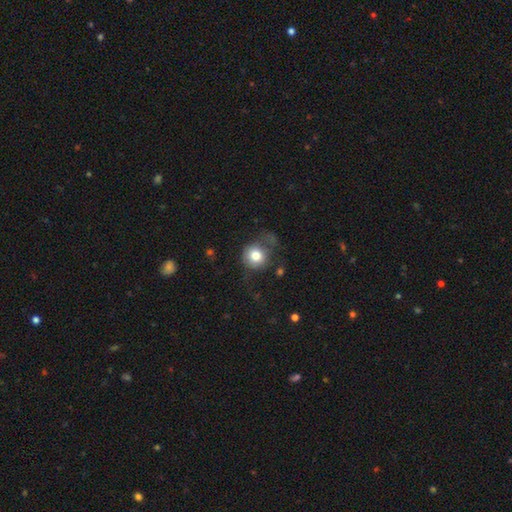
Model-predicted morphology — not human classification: This is likely a smooth galaxy (78%). How rounded: clearly round (85%). Merging: possibly none (51%).